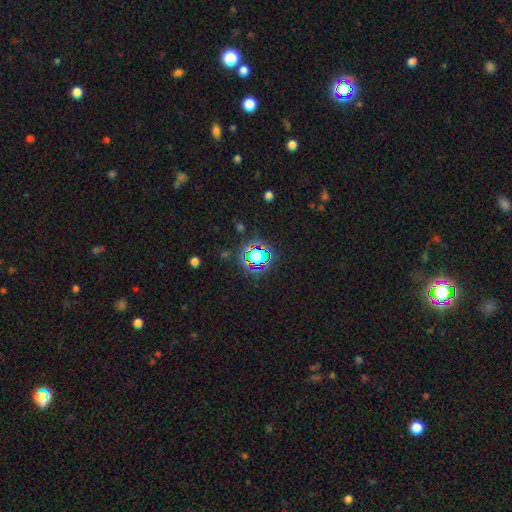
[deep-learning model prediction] Smooth or featured? star or artifact (60%)